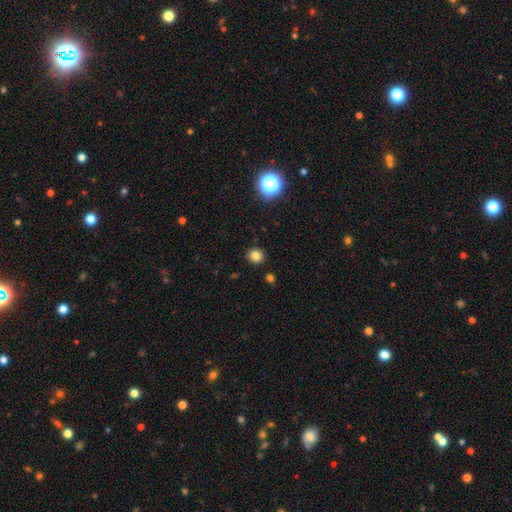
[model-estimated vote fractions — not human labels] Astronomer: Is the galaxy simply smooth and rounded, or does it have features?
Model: smooth — 81%.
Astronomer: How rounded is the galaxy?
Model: round — 85%.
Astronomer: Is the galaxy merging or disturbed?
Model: none — 90%.